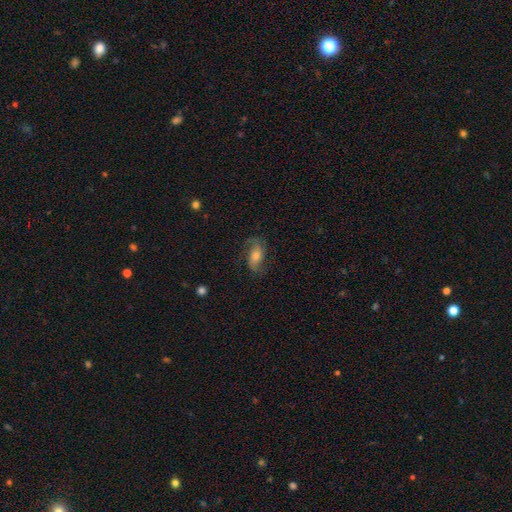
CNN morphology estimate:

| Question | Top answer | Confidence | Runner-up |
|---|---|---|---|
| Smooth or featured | featured or disk | 73% | smooth (18%) |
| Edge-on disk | no | 95% | yes (5%) |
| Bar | no | 54% | weak (35%) |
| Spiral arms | yes | 94% | no (6%) |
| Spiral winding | loose | 44% | medium (43%) |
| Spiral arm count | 2 | 85% | can't tell (5%) |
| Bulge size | moderate | 49% | large (23%) |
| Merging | none | 73% | minor disturbance (16%) |